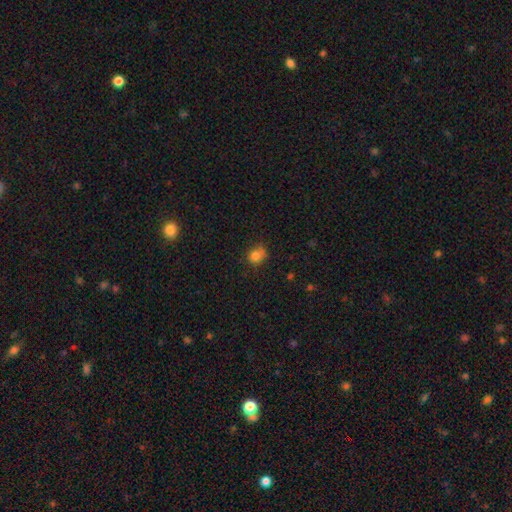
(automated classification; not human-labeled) smooth 79%, star or artifact 12%, featured or disk 8%. Down the decision tree: how rounded — round (67%); merging — none (56%).